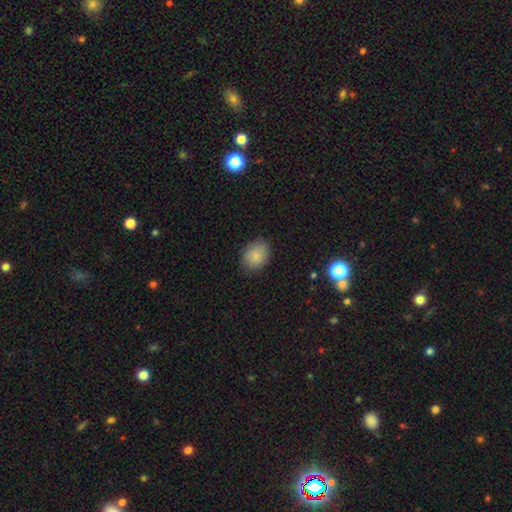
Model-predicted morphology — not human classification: A smooth galaxy with no disk features (84%) that is in between round and cigar-shaped (55%).

Vote fractions:
- Smooth or featured? smooth: 84% / star or artifact: 8% / featured or disk: 8%
- How rounded? in between: 55% / round: 44% / cigar-shaped: 1%
- Merging? none: 80% / minor disturbance: 16% / major disturbance: 3% / merger: 1%